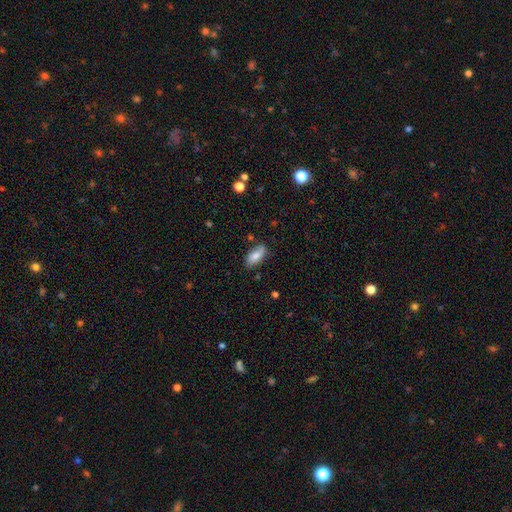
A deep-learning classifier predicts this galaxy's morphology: Smooth or featured: smooth — 76% (featured or disk — 16%)
How rounded: in between — 88% (cigar-shaped — 10%)
Merging: none — 73% (minor disturbance — 20%)